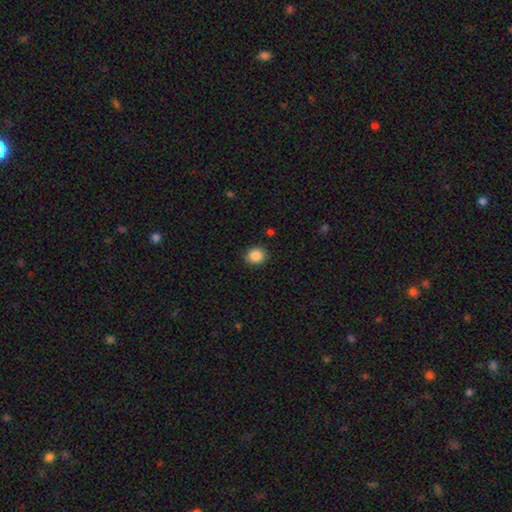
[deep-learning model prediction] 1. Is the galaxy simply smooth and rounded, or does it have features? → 88% smooth, 9% star or artifact, 3% featured or disk.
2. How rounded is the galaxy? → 67% round, 32% in between, 1% cigar-shaped.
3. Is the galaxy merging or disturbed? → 88% none, 8% minor disturbance, 2% major disturbance, 1% merger.